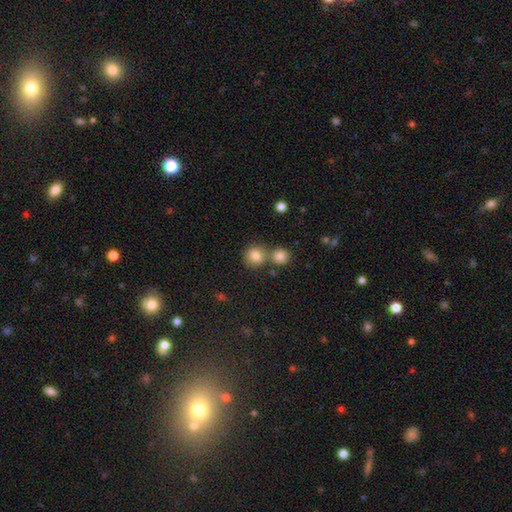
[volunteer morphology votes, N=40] Smooth or featured? 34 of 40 (85%) said smooth. How rounded? 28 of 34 (82%) said round. Merging? 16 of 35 (46%) said merger.